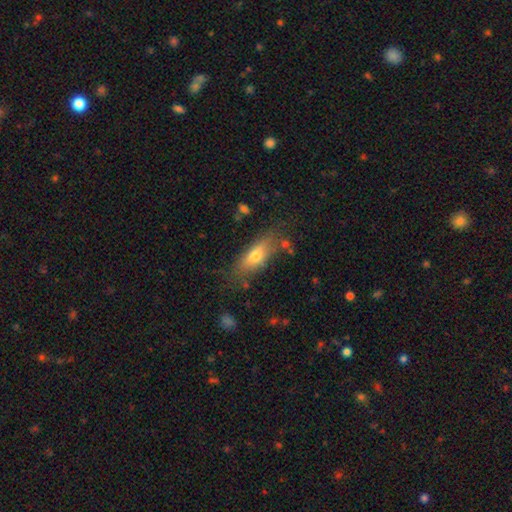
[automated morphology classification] A smooth galaxy with no disk features (69%) that is in between round and cigar-shaped (67%). Merging: none (71%).